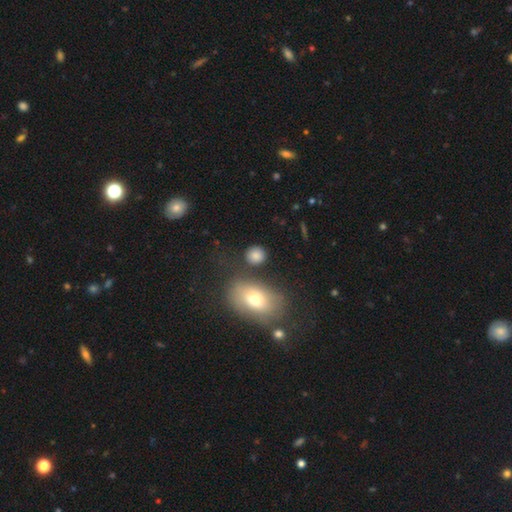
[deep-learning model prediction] Morphology: type=smooth (82%); roundness=round (80%); merging=none (76%).